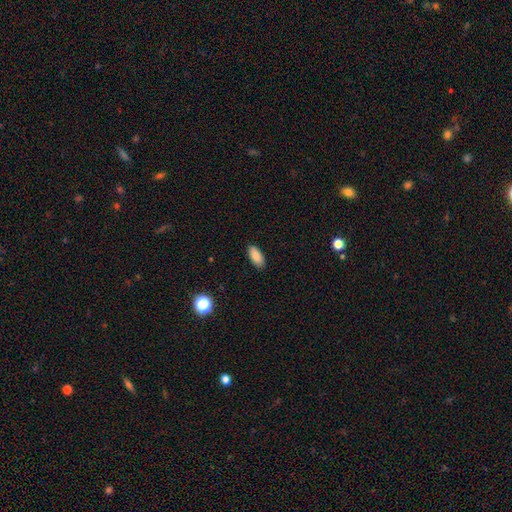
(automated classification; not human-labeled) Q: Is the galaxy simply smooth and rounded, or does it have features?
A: smooth — 87%.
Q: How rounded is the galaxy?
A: in between — 90%.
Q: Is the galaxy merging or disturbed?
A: none — 88%.